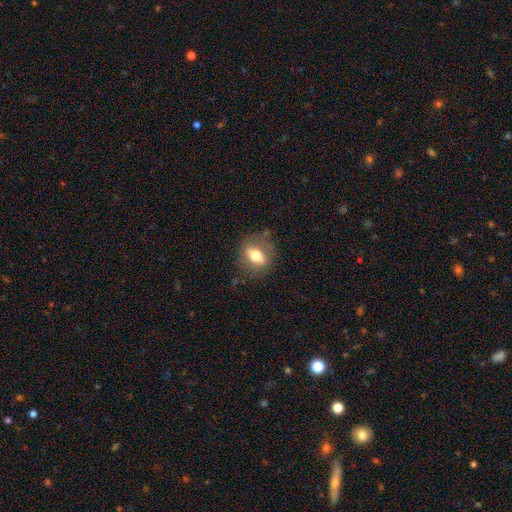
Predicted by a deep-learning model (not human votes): Smooth or featured?
  - smooth: 58% *
  - featured or disk: 34%
  - star or artifact: 8%
How rounded?
  - in between: 63% *
  - round: 29%
  - cigar-shaped: 8%
Merging?
  - none: 76% *
  - minor disturbance: 15%
  - major disturbance: 7%
  - merger: 2%